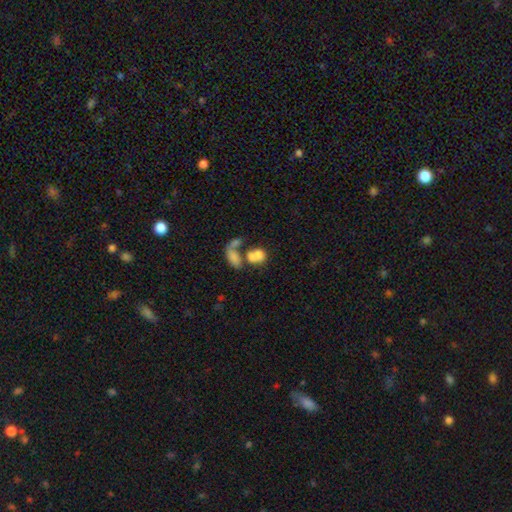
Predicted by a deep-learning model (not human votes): Smooth or featured: smooth — 70% (featured or disk — 20%)
How rounded: in between — 68% (round — 29%)
Merging: merger — 63% (none — 19%)